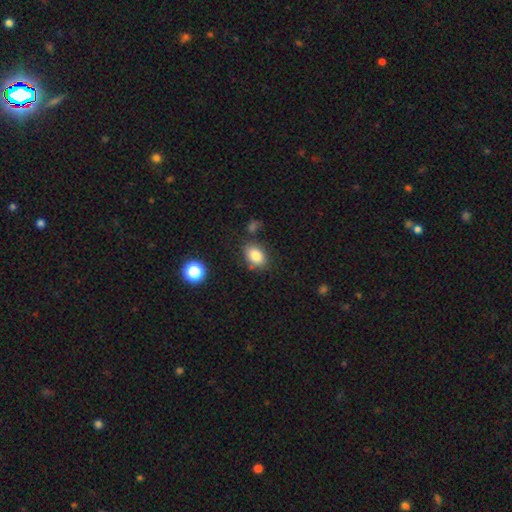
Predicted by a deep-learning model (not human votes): A smooth galaxy with no disk features (84%) that is in between round and cigar-shaped (80%).

Vote fractions:
- Smooth or featured? smooth: 84% / star or artifact: 9% / featured or disk: 7%
- How rounded? in between: 80% / round: 19% / cigar-shaped: 1%
- Merging? none: 75% / minor disturbance: 15% / merger: 6% / major disturbance: 4%